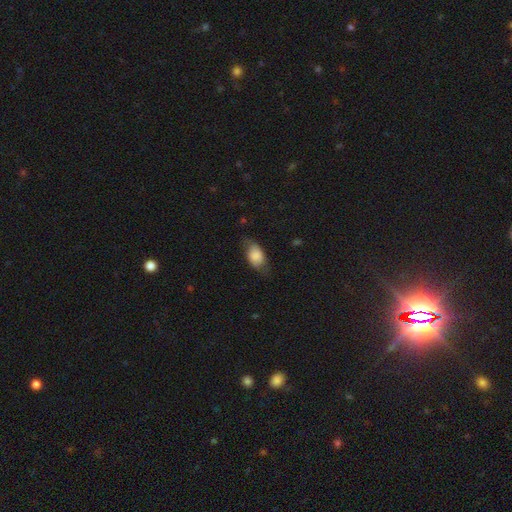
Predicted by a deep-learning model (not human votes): This is likely a smooth galaxy (78%). How rounded: clearly in between (88%). Merging: likely none (61%).